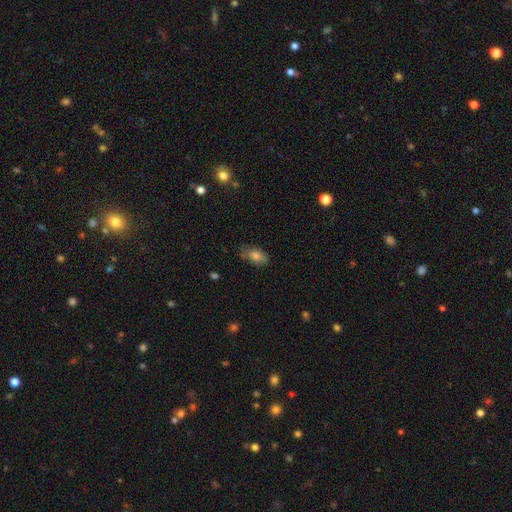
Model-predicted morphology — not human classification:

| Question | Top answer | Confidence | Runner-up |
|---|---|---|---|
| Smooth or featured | smooth | 78% | featured or disk (13%) |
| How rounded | in between | 89% | round (8%) |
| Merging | none | 72% | minor disturbance (21%) |